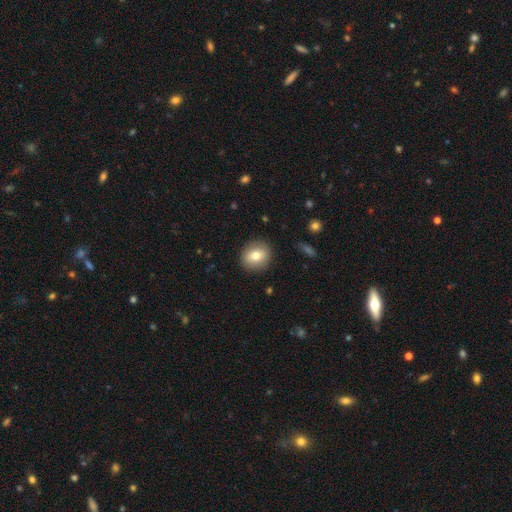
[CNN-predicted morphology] Smooth or featured? smooth (74%)
How rounded? round (78%)
Merging? none (89%)